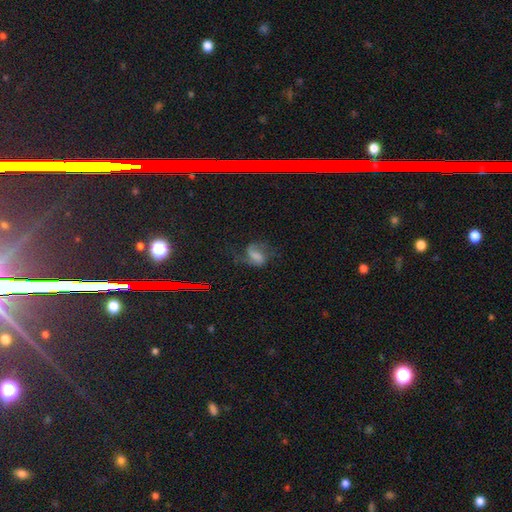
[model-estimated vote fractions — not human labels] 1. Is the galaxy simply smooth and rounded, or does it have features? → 61% featured or disk, 23% smooth, 16% star or artifact.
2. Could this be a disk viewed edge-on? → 96% no, 4% yes.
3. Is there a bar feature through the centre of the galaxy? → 43% weak, 31% no, 26% strong.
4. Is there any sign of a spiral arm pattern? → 91% yes, 9% no.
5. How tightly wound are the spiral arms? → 47% loose, 41% medium, 12% tight.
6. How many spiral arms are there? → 85% 2, 6% can't tell, 5% 1, 2% 3, 1% 4, 1% more than 4.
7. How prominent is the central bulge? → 35% none, 24% moderate, 22% small, 15% large, 4% dominant.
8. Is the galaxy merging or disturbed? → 60% none, 20% minor disturbance, 18% major disturbance, 2% merger.